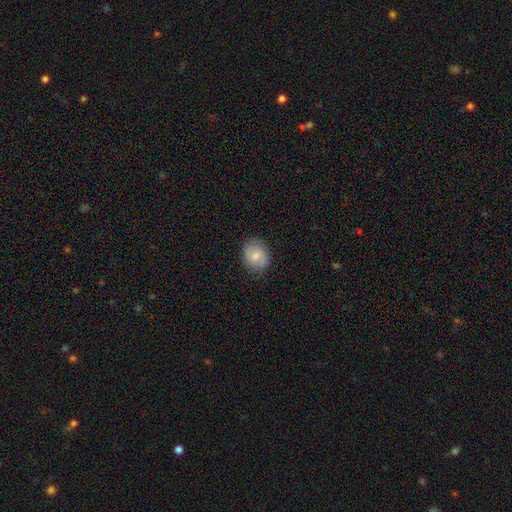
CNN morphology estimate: smooth_or_featured: smooth (p=0.71) [alt: featured or disk p=0.21]
how_rounded: round (p=0.51) [alt: in between p=0.48]
merging: none (p=0.81) [alt: minor disturbance p=0.15]